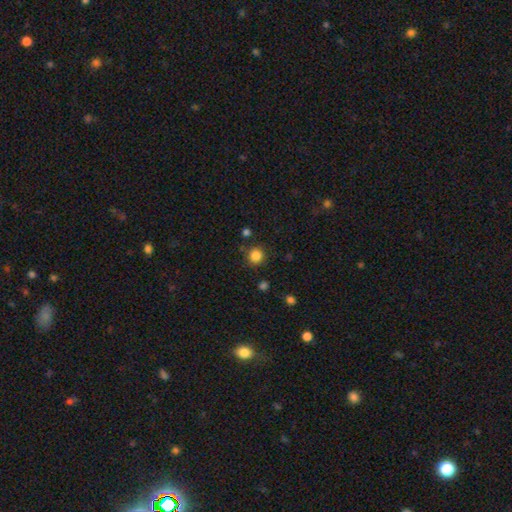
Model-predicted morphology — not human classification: A smooth galaxy with no disk features (84%) that is round (93%).

Vote fractions:
- Smooth or featured? smooth: 84% / star or artifact: 12% / featured or disk: 4%
- How rounded? round: 93% / in between: 6% / cigar-shaped: 1%
- Merging? none: 86% / minor disturbance: 8% / merger: 3% / major disturbance: 3%